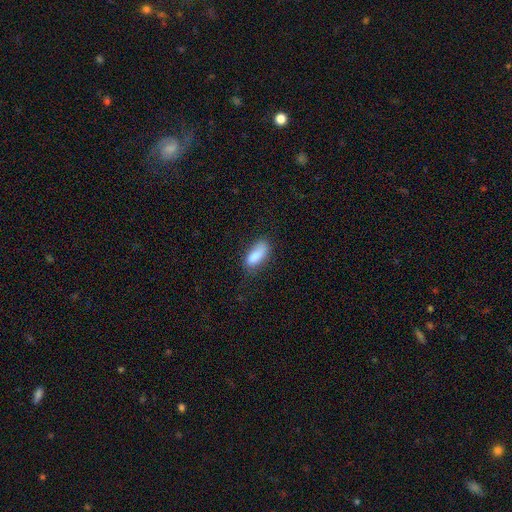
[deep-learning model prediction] Morphology: type=smooth (85%); roundness=in between (82%); merging=none (62%).